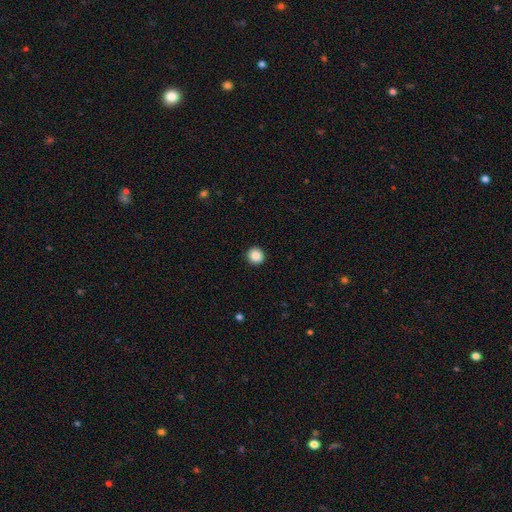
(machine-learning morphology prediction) Smooth or featured?
  - smooth: 88% *
  - star or artifact: 9%
  - featured or disk: 3%
How rounded?
  - round: 93% *
  - in between: 6%
  - cigar-shaped: 1%
Merging?
  - none: 92% *
  - minor disturbance: 5%
  - major disturbance: 2%
  - merger: 1%